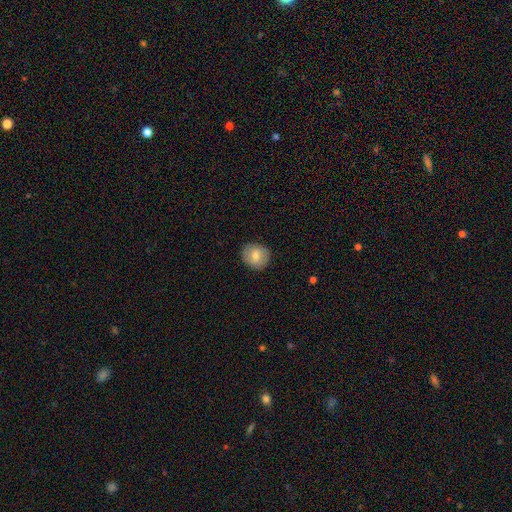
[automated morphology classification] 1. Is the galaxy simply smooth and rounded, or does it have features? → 73% smooth, 20% featured or disk, 8% star or artifact.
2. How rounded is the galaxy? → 81% round, 18% in between, 1% cigar-shaped.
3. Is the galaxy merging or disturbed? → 88% none, 9% minor disturbance, 2% major disturbance, 1% merger.